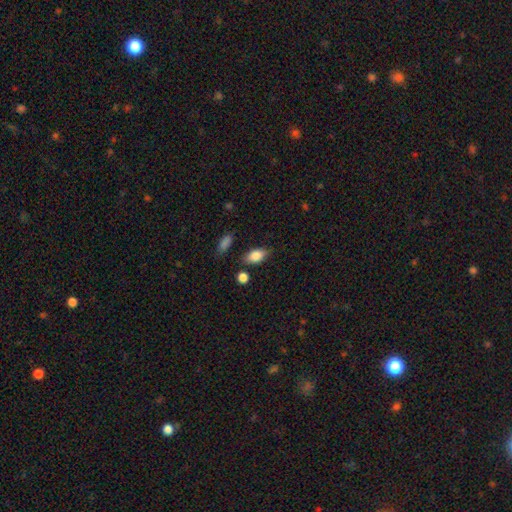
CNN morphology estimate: Overall: smooth (85%). How rounded: in between (89%). Merging: none (76%).